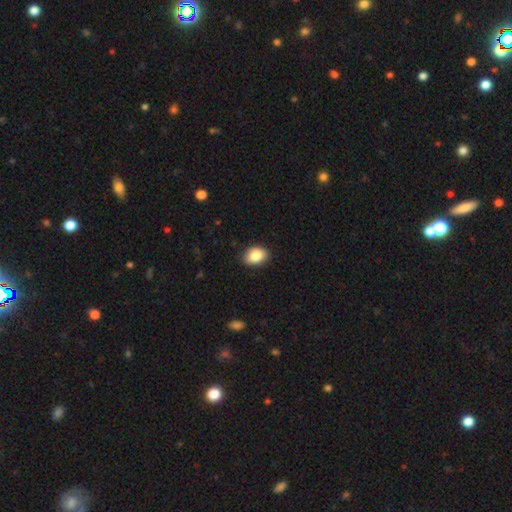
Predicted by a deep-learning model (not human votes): A smooth galaxy with no disk features (87%) that is in between round and cigar-shaped (77%). Merging: none (86%).